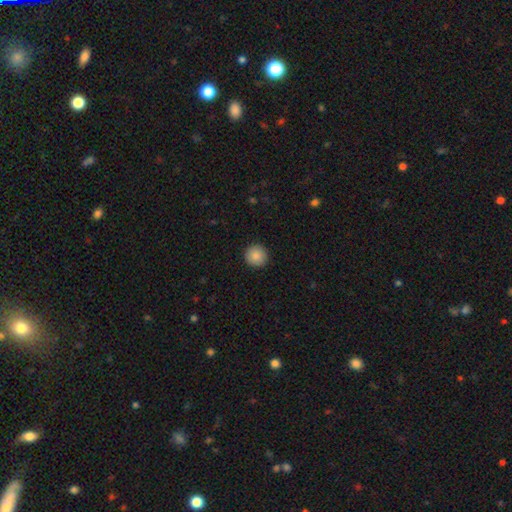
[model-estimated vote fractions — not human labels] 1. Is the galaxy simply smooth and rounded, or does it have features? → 88% smooth, 8% star or artifact, 4% featured or disk.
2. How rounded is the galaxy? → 96% round, 3% in between, 1% cigar-shaped.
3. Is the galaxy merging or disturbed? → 93% none, 5% minor disturbance, 2% major disturbance, 1% merger.